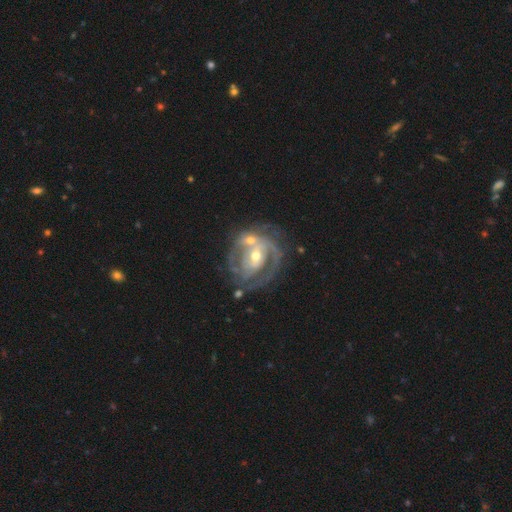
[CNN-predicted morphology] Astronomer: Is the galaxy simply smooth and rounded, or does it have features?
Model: featured or disk — 88%.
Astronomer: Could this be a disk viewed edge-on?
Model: no — 97%.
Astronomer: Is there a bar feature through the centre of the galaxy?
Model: weak — 41% (runner-up: no, 38%).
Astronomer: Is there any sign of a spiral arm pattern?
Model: yes — 93%.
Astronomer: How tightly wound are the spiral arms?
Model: tight — 63%.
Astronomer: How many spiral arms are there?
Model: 2 — 41% (runner-up: can't tell, 24%).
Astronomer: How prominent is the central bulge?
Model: moderate — 61%.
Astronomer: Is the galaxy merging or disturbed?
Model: none — 45% (runner-up: merger, 25%).